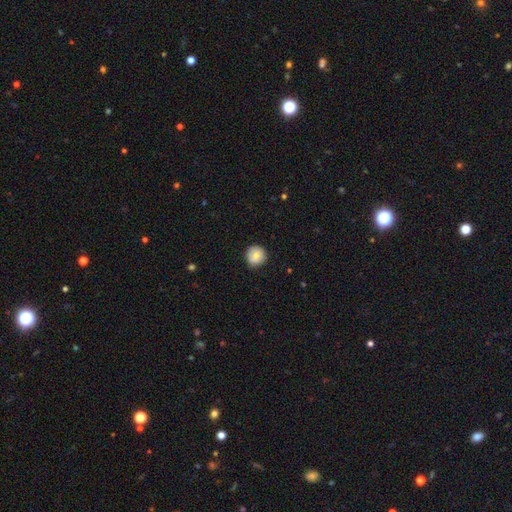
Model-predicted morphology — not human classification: Overall: smooth (78%). How rounded: round (93%). Merging: none (84%).